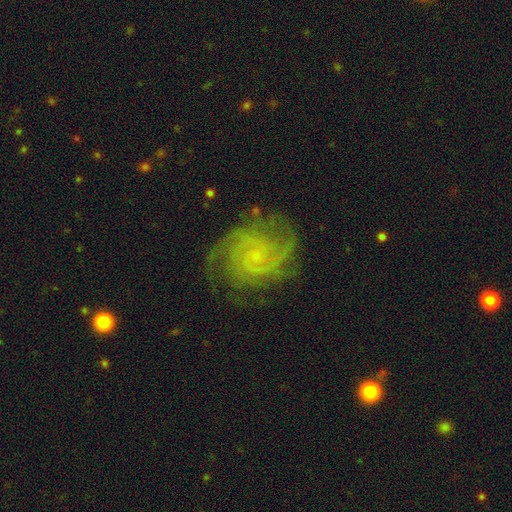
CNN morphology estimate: Overall: featured or disk (84%). Edge-on disk: no (98%). Bar: no (71%). Spiral arms: yes (97%). Spiral arm count: 2 (28%; 3 24%). Spiral winding: tight (52%; medium 38%). Bulge size: small (72%). Merging: none (74%).